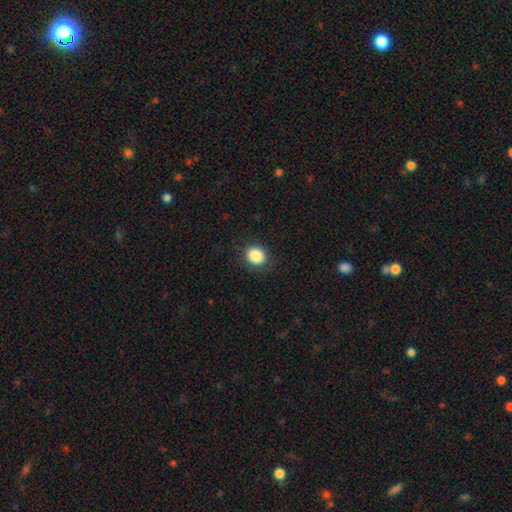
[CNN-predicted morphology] This appears to be a smooth galaxy with no disk features (87%) that is round (78%). Merging: none (87%).